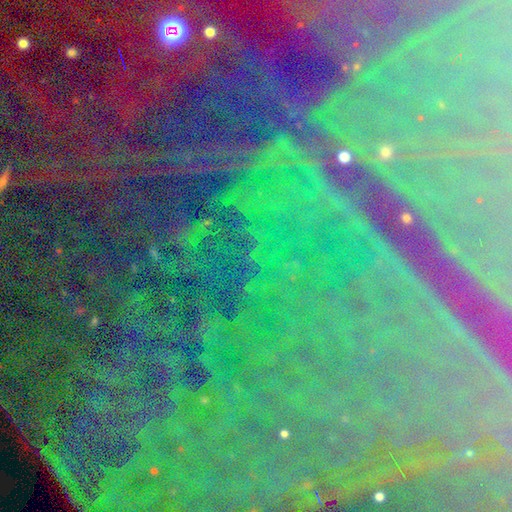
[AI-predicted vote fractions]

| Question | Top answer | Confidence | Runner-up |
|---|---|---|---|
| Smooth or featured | star or artifact | 88% | featured or disk (6%) |